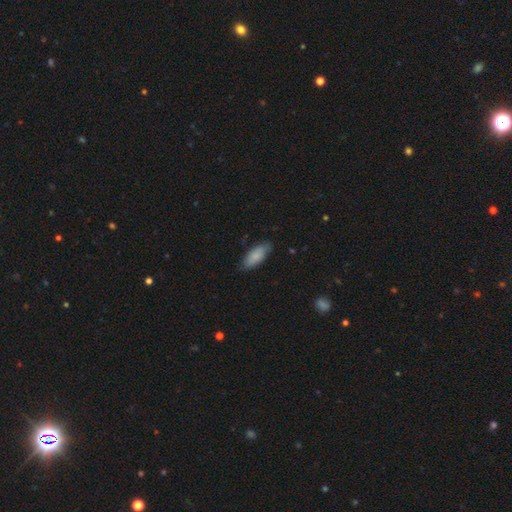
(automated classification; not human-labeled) smooth 81%, featured or disk 14%, star or artifact 6%. Down the decision tree: how rounded — in between (77%); merging — none (78%).